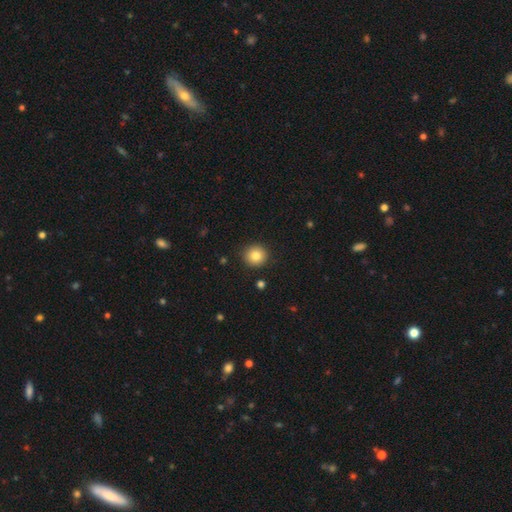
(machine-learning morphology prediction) Smooth or featured? smooth (83%)
How rounded? round (93%)
Merging? none (91%)